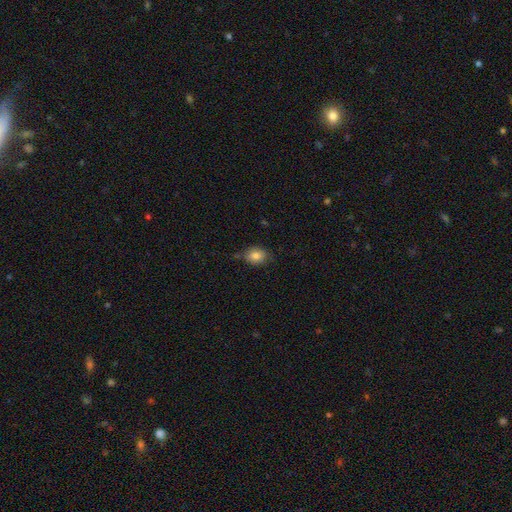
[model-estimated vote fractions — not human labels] A smooth galaxy with no disk features (83%) that is in between round and cigar-shaped (58%). Merging: none (74%).